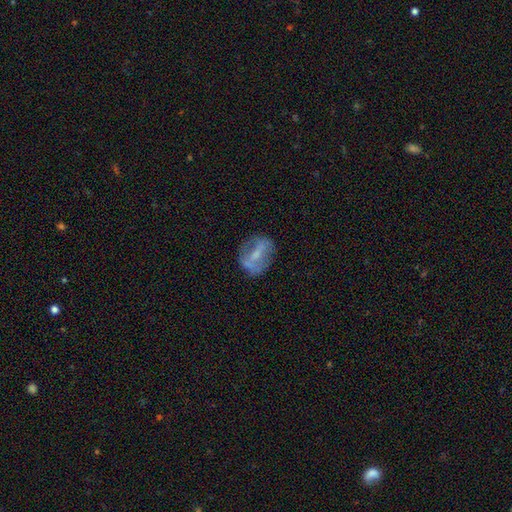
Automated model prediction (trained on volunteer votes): A featured or disk galaxy (55%) with a weak bar (35%), no spiral arms (68%) and a small central bulge (41%). Merging: none (62%).